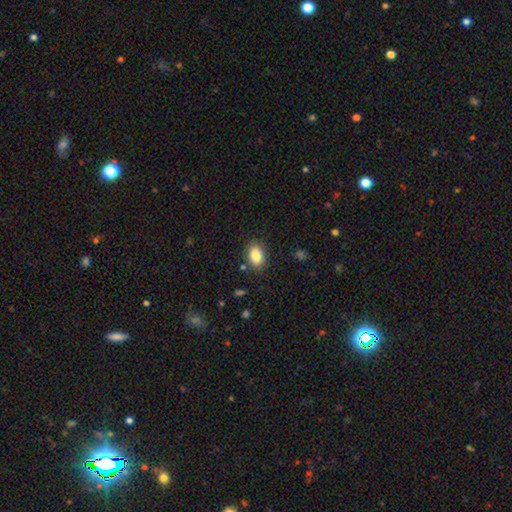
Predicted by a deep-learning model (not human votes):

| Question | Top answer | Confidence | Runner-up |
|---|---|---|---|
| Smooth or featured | smooth | 84% | star or artifact (8%) |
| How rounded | in between | 84% | round (15%) |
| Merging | none | 85% | minor disturbance (10%) |